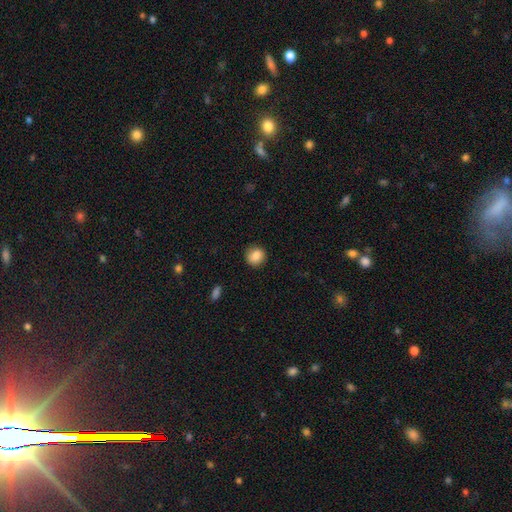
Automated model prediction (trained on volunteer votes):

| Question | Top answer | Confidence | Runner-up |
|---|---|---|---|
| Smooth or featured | smooth | 83% | star or artifact (9%) |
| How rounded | round | 84% | in between (15%) |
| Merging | none | 87% | minor disturbance (10%) |